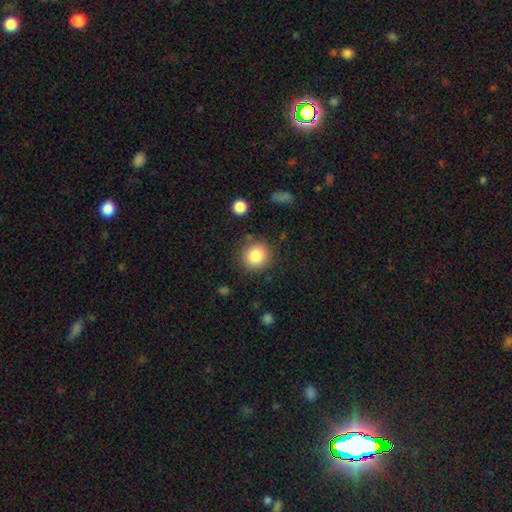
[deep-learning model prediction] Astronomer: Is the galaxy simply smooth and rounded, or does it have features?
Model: smooth — 84%.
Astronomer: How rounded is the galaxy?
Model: round — 89%.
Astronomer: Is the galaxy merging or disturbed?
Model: none — 85%.